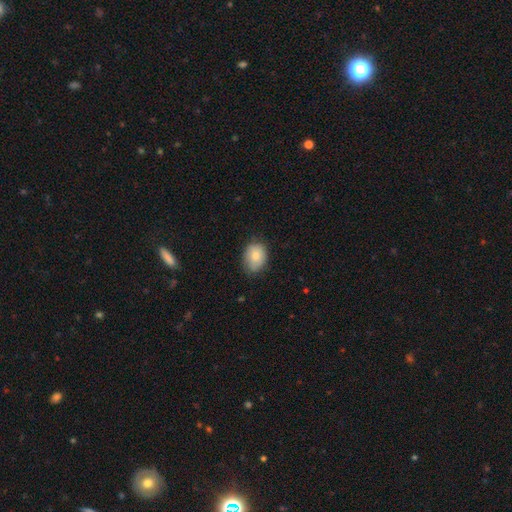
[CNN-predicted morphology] smooth 80%, featured or disk 12%, star or artifact 8%. Down the decision tree: how rounded — in between (61%); merging — none (71%).